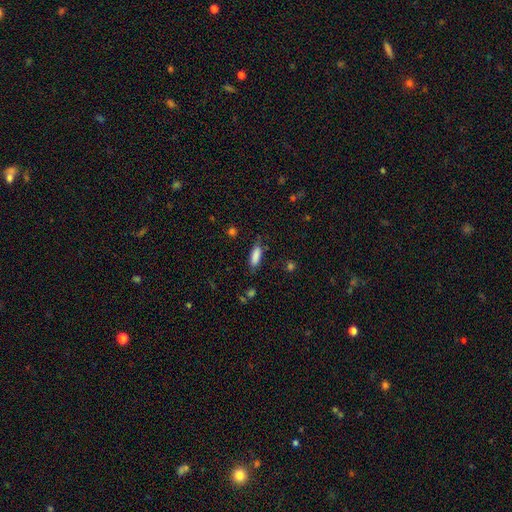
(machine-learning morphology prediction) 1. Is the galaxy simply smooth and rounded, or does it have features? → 85% smooth, 8% featured or disk, 7% star or artifact.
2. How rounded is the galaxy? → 61% in between, 37% cigar-shaped, 2% round.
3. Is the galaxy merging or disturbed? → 75% none, 19% minor disturbance, 5% major disturbance, 2% merger.